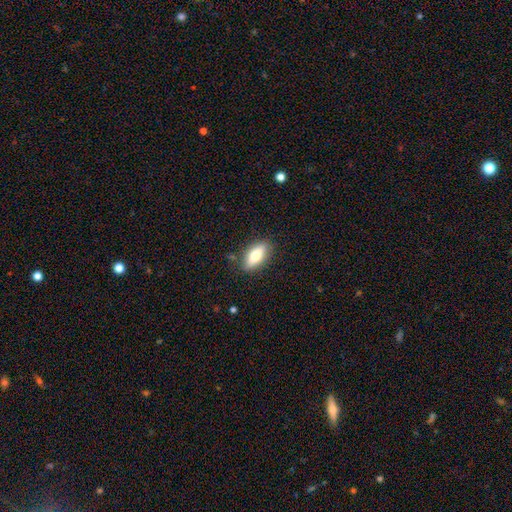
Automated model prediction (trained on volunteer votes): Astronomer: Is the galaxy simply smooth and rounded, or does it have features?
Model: smooth — 70%.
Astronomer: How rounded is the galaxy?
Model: in between — 84%.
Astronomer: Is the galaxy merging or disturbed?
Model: none — 85%.